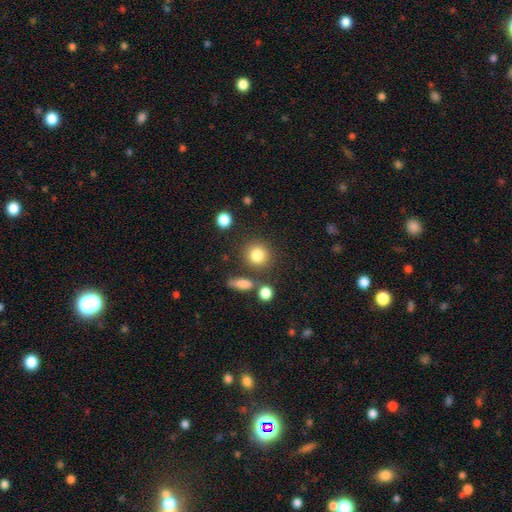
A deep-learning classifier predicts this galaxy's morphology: Q: Smooth or featured?
A: smooth (83%); runner-up: star or artifact (10%)
Q: How rounded?
A: round (85%); runner-up: in between (13%)
Q: Merging?
A: none (77%); runner-up: minor disturbance (10%)